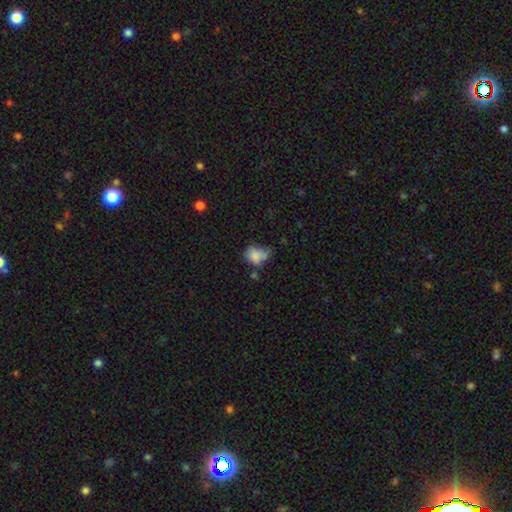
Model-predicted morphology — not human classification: A smooth galaxy with no disk features (75%) that is in between round and cigar-shaped (54%). Merging: none (36%).